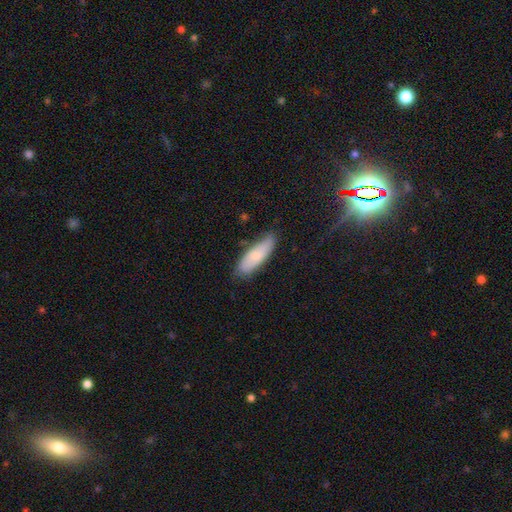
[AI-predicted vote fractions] This appears to be a smooth galaxy with no disk features (75%) that is in between round and cigar-shaped (52%). Merging: none (72%).